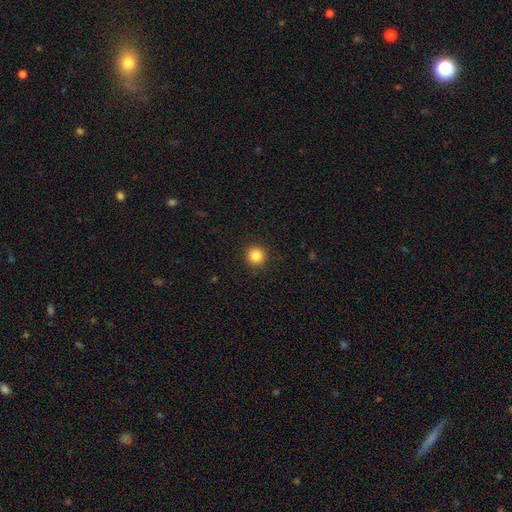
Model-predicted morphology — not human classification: Smooth or featured: smooth — 84% (star or artifact — 11%)
How rounded: round — 96% (in between — 3%)
Merging: none — 92% (minor disturbance — 5%)